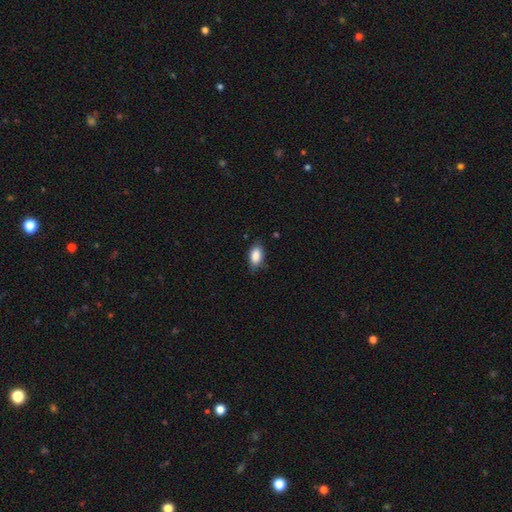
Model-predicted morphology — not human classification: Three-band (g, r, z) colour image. It shows a smooth galaxy with no disk features (87%) that is in between round and cigar-shaped (91%). Merging: none (75%).